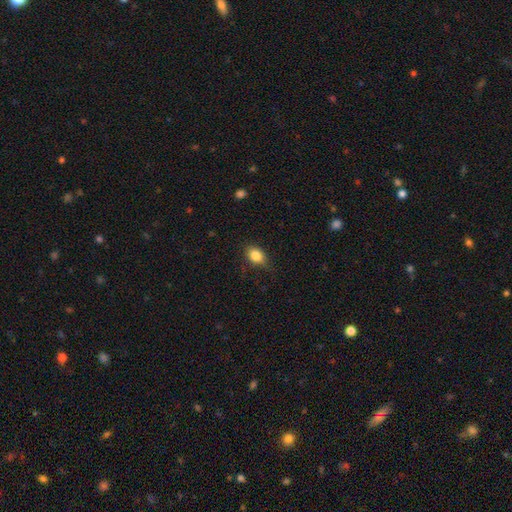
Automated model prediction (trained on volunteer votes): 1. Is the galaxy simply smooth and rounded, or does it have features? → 85% smooth, 9% star or artifact, 7% featured or disk.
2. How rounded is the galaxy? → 72% in between, 26% round, 2% cigar-shaped.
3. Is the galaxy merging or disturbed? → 78% none, 17% minor disturbance, 4% major disturbance, 1% merger.